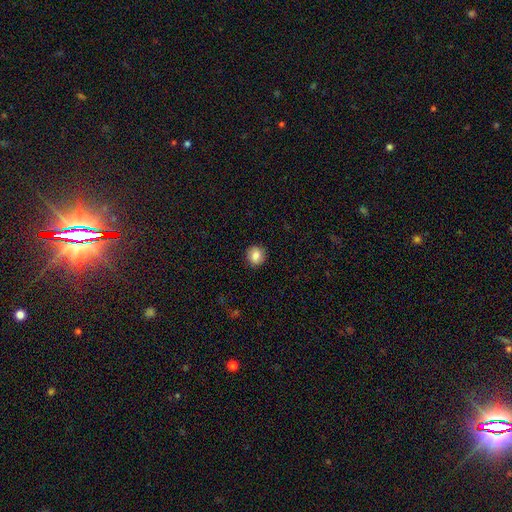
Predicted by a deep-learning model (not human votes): Smooth or featured?
  - smooth: 83% *
  - star or artifact: 9%
  - featured or disk: 8%
How rounded?
  - round: 87% *
  - in between: 12%
  - cigar-shaped: 1%
Merging?
  - none: 90% *
  - minor disturbance: 7%
  - major disturbance: 2%
  - merger: 1%